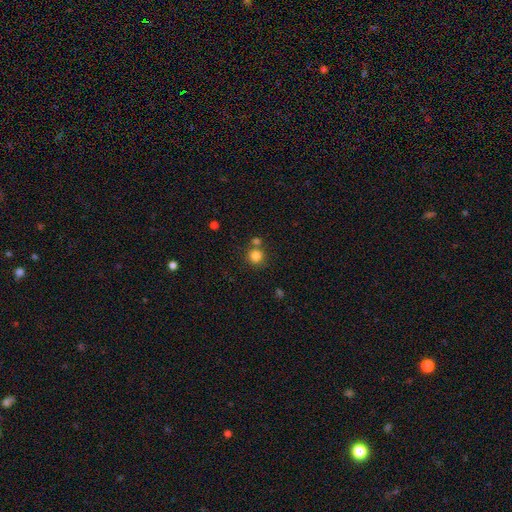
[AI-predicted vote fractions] Smooth or featured?
  - smooth: 82% *
  - star or artifact: 12%
  - featured or disk: 6%
How rounded?
  - round: 92% *
  - in between: 7%
  - cigar-shaped: 1%
Merging?
  - none: 68% *
  - merger: 21%
  - minor disturbance: 8%
  - major disturbance: 3%